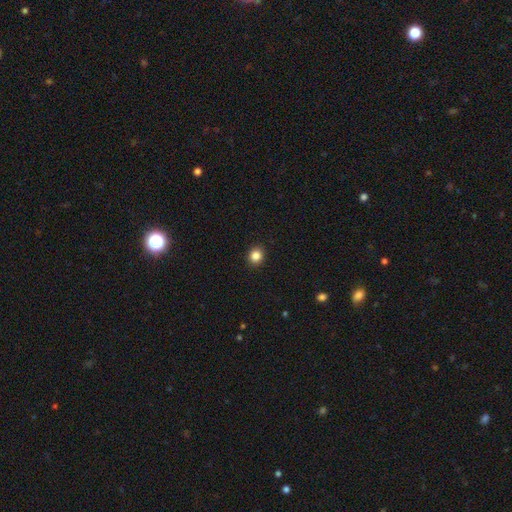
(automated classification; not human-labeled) Smooth or featured? Predicted: smooth (p=0.85). How rounded? Predicted: round (p=0.79). Merging? Predicted: none (p=0.92).